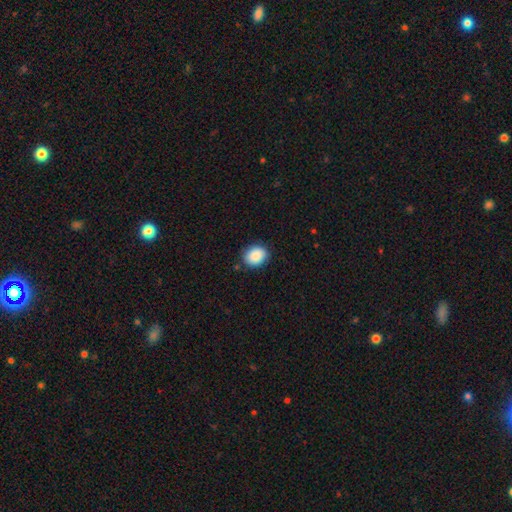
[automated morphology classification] Q: Smooth or featured?
A: smooth (89%); runner-up: star or artifact (7%)
Q: How rounded?
A: round (50%); runner-up: in between (49%)
Q: Merging?
A: none (85%); runner-up: minor disturbance (12%)